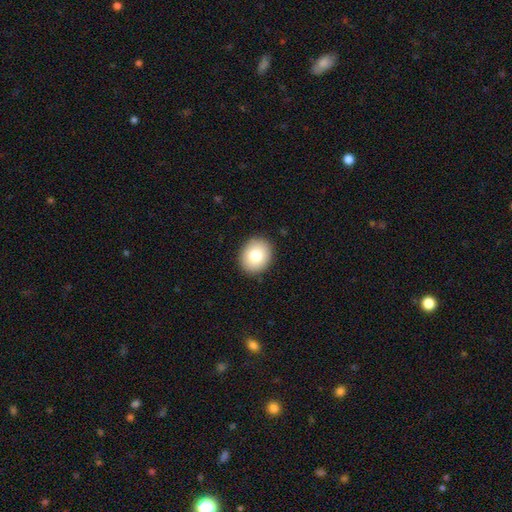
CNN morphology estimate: smooth-or-featured: smooth: 80% | featured or disk: 11% | star or artifact: 9%
  how-rounded: round: 67% | in between: 32% | cigar-shaped: 1%
  merging: none: 90% | minor disturbance: 7% | major disturbance: 2% | merger: 1%